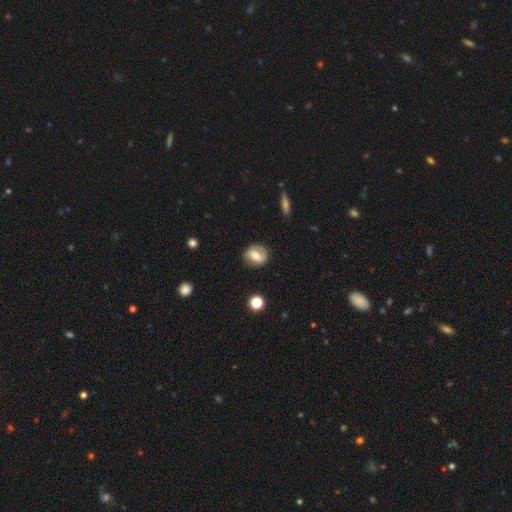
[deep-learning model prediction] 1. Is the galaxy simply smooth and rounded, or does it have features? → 50% featured or disk, 43% smooth, 8% star or artifact.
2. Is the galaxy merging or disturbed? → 80% none, 14% minor disturbance, 4% major disturbance, 1% merger.